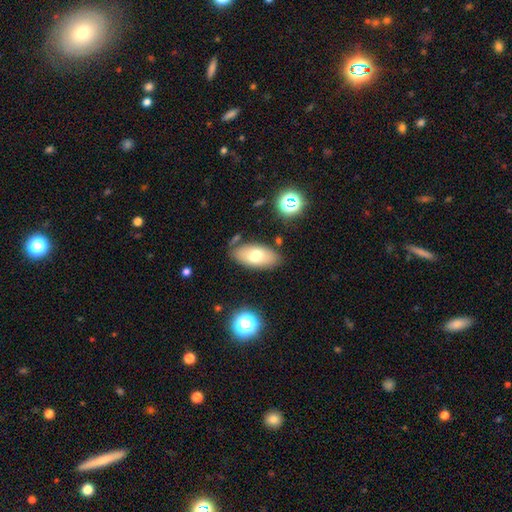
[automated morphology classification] smooth-or-featured: smooth: 70% | featured or disk: 22% | star or artifact: 8%
  how-rounded: in between: 92% | cigar-shaped: 4% | round: 4%
  merging: none: 79% | minor disturbance: 13% | merger: 4% | major disturbance: 3%